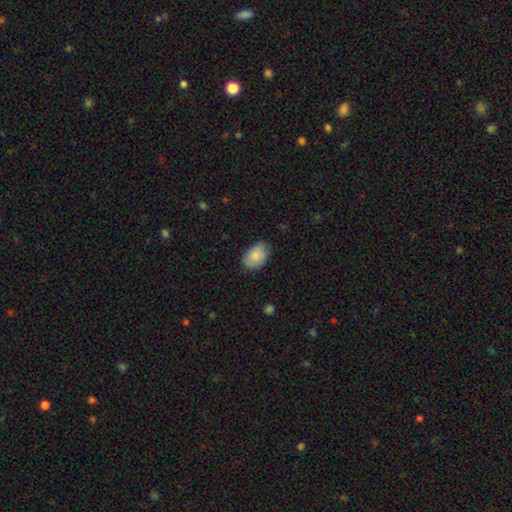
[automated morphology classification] This appears to be a smooth galaxy with no disk features (84%) that is in between round and cigar-shaped (86%). Merging: none (74%).